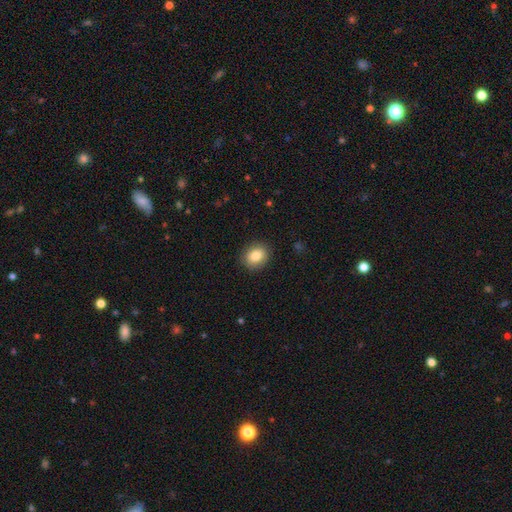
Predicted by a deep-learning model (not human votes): A smooth galaxy with no disk features (85%) that is round (53%).

Vote fractions:
- Smooth or featured? smooth: 85% / star or artifact: 8% / featured or disk: 6%
- How rounded? round: 53% / in between: 46% / cigar-shaped: 1%
- Merging? none: 89% / minor disturbance: 8% / major disturbance: 2% / merger: 1%